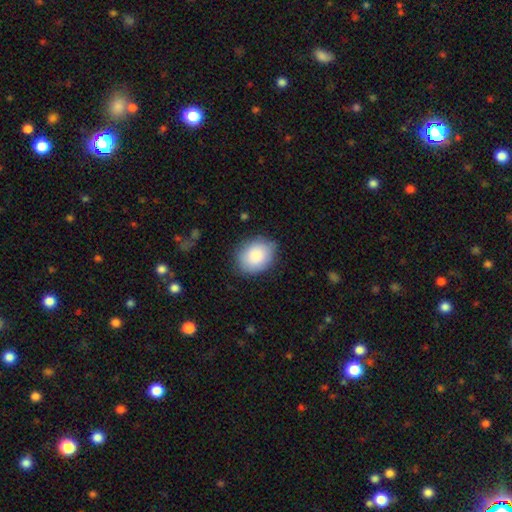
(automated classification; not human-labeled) This is clearly a smooth galaxy (86%). How rounded: likely in between (61%). Merging: clearly none (80%).